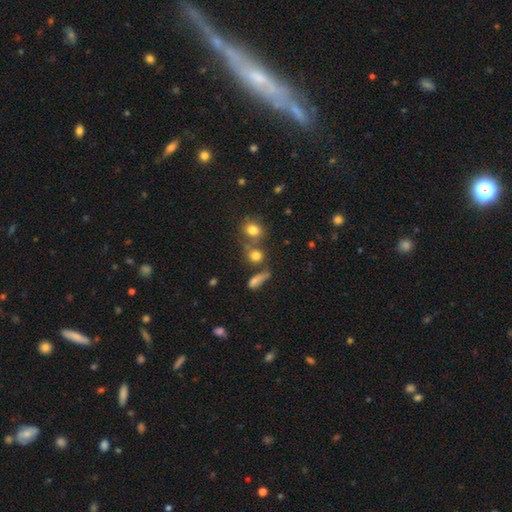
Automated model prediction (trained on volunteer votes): smooth_or_featured: smooth (p=0.75) [alt: star or artifact p=0.15]
how_rounded: round (p=0.69) [alt: in between p=0.26]
merging: none (p=0.51) [alt: merger p=0.30]